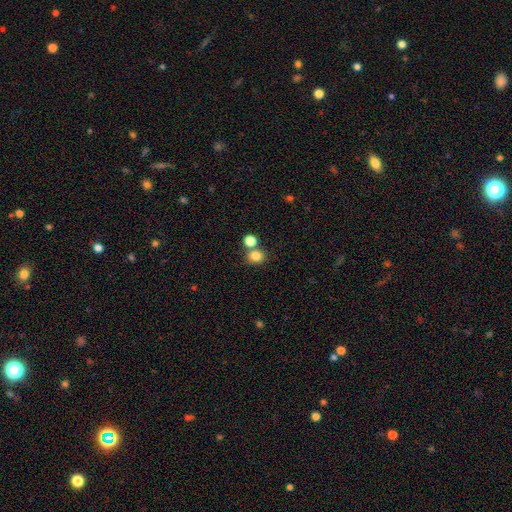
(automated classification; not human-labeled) Smooth or featured?
  - smooth: 82% *
  - star or artifact: 12%
  - featured or disk: 6%
How rounded?
  - round: 74% *
  - in between: 25%
  - cigar-shaped: 1%
Merging?
  - none: 64% *
  - merger: 25%
  - minor disturbance: 8%
  - major disturbance: 3%